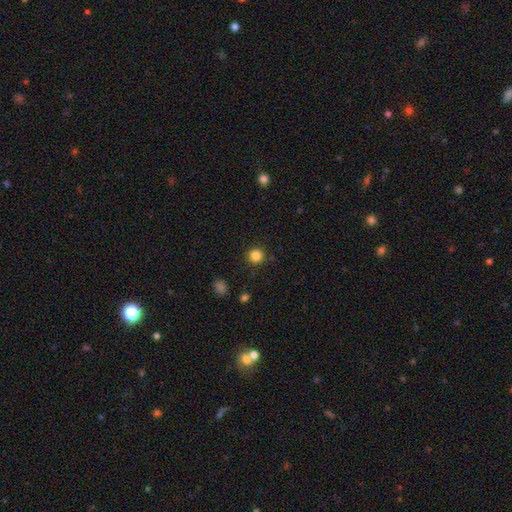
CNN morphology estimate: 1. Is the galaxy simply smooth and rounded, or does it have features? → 84% smooth, 12% star or artifact, 4% featured or disk.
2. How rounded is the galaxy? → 95% round, 4% in between, 1% cigar-shaped.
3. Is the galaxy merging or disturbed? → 91% none, 6% minor disturbance, 2% major disturbance, 2% merger.